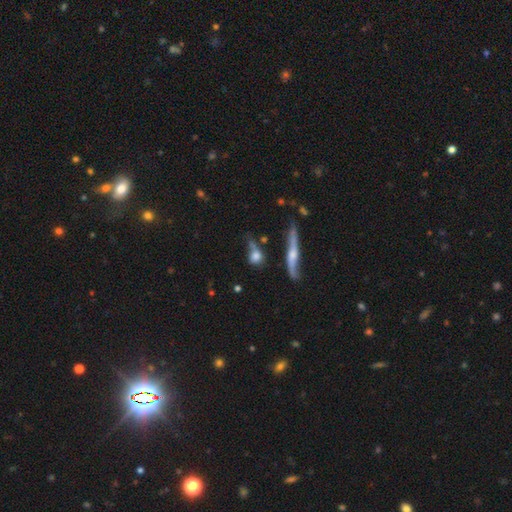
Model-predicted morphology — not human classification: Smooth or featured? Predicted: smooth (p=0.67). How rounded? Predicted: round (p=0.53). Merging? Predicted: none (p=0.42).